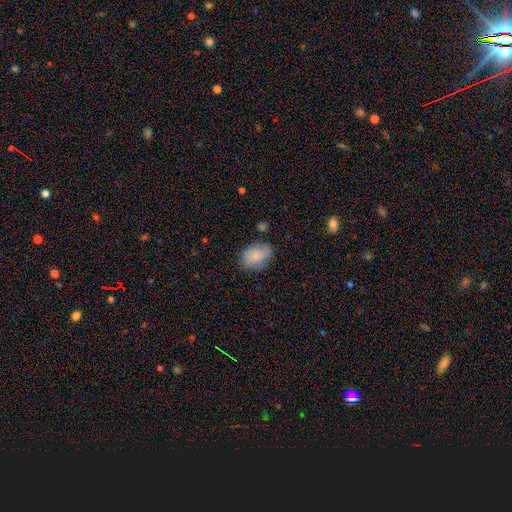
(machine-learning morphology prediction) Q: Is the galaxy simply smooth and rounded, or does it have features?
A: smooth — 83%.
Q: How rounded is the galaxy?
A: in between — 80%.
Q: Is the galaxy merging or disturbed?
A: none — 69%.